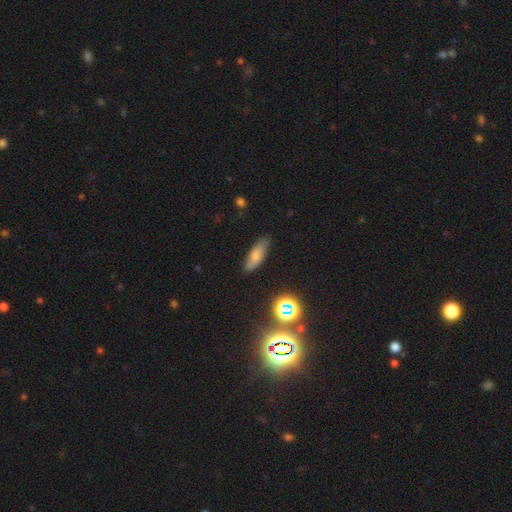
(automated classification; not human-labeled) Smooth or featured?
  - smooth: 68% *
  - featured or disk: 22%
  - star or artifact: 10%
How rounded?
  - in between: 60% *
  - cigar-shaped: 36%
  - round: 3%
Merging?
  - none: 79% *
  - minor disturbance: 17%
  - major disturbance: 3%
  - merger: 2%